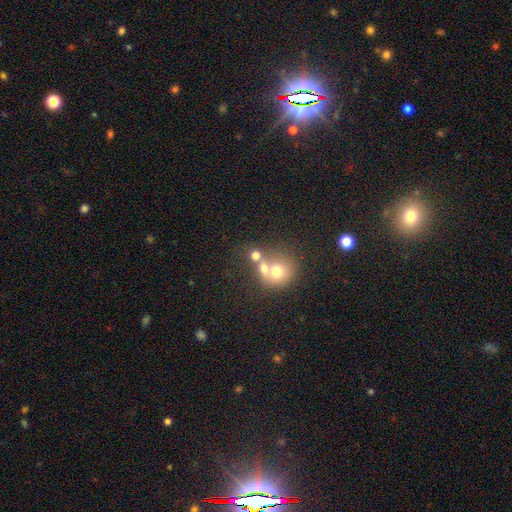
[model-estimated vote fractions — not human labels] Smooth or featured?
  - smooth: 65% *
  - featured or disk: 20%
  - star or artifact: 15%
How rounded?
  - round: 80% *
  - in between: 19%
  - cigar-shaped: 1%
Merging?
  - merger: 56% *
  - none: 33%
  - minor disturbance: 6%
  - major disturbance: 5%